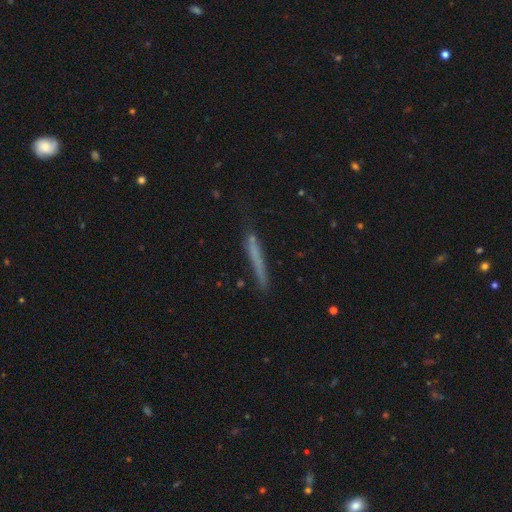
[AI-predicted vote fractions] The model was most divided on "smooth or featured": smooth: 60%, featured or disk: 31%, star or artifact: 9%. More confident: how rounded — cigar-shaped (96%); merging — none (76%).